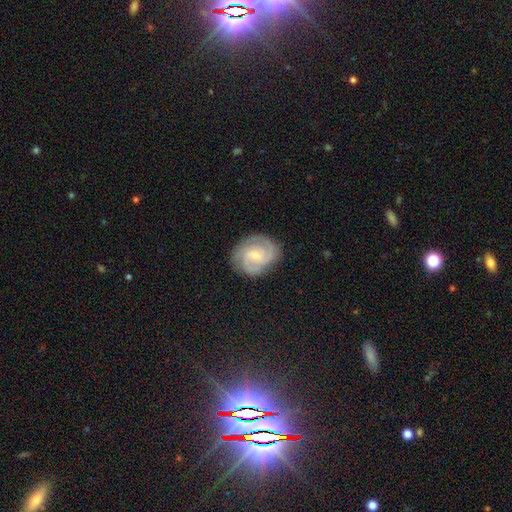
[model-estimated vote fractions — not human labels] Smooth or featured? Predicted: featured or disk (p=0.84). Edge-on disk? Predicted: no (p=0.98). Bar? Predicted: no (p=0.51). Spiral arms? Predicted: yes (p=0.97). Spiral winding? Predicted: tight (p=0.54). Spiral arm count? Predicted: 3 (p=0.39). Bulge size? Predicted: small (p=0.67). Merging? Predicted: none (p=0.81).